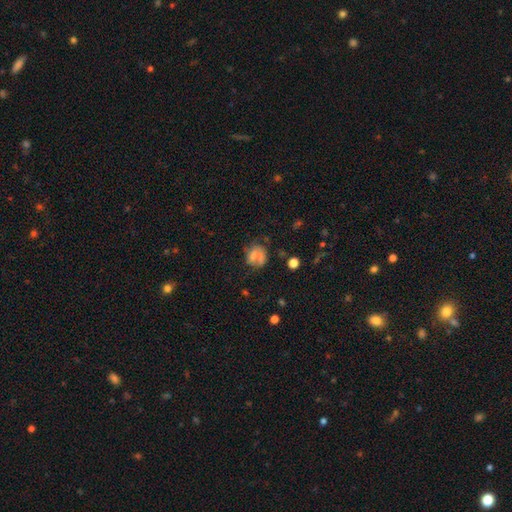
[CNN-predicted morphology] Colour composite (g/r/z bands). It shows a smooth galaxy with no disk features (50%). Merging: none (39%).